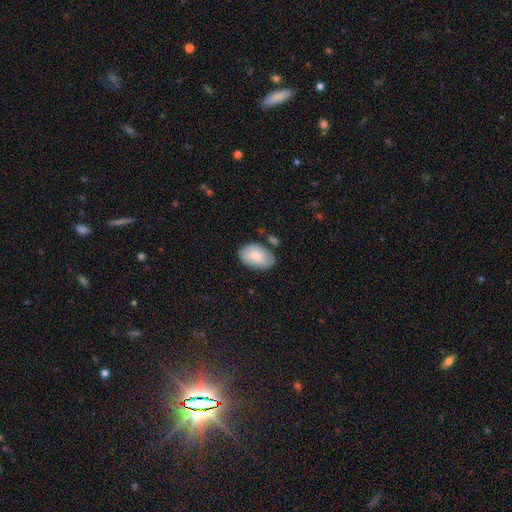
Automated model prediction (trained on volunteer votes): The model was most divided on "merging": none: 73%, minor disturbance: 18%, merger: 6%, major disturbance: 4%. More confident: how rounded — in between (93%); smooth or featured — smooth (82%).